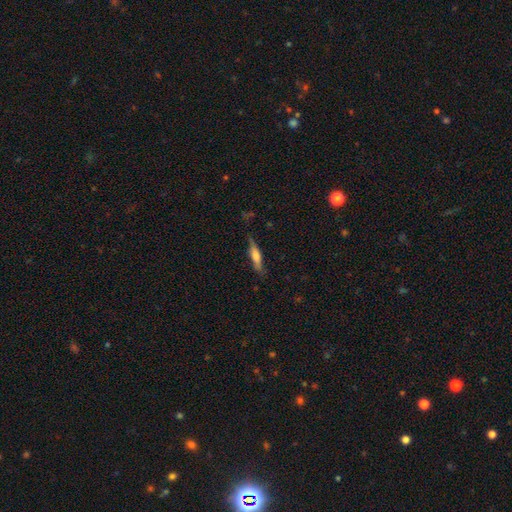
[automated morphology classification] smooth_or_featured: smooth (p=0.52) [alt: featured or disk p=0.41]
how_rounded: cigar-shaped (p=0.80) [alt: in between p=0.18]
merging: none (p=0.76) [alt: minor disturbance p=0.18]